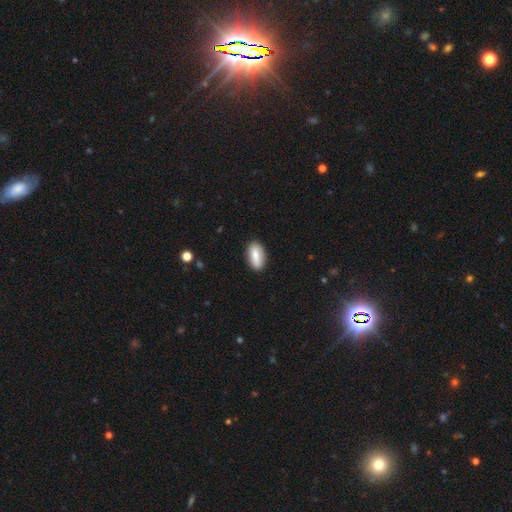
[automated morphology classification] Smooth or featured?
  - smooth: 75% *
  - featured or disk: 18%
  - star or artifact: 7%
How rounded?
  - in between: 89% *
  - cigar-shaped: 7%
  - round: 3%
Merging?
  - none: 87% *
  - minor disturbance: 10%
  - major disturbance: 2%
  - merger: 1%